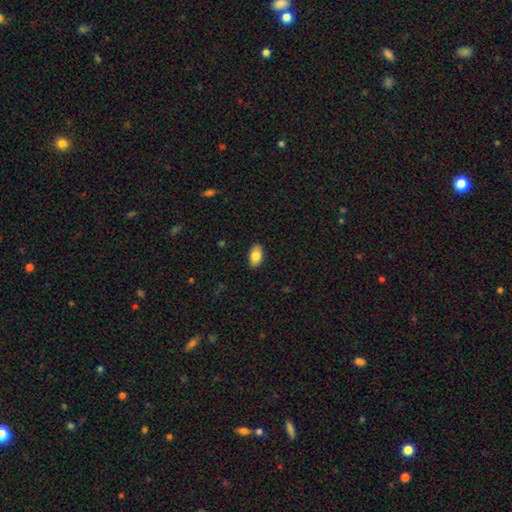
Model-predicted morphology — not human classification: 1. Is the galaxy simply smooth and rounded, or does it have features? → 82% smooth, 11% featured or disk, 7% star or artifact.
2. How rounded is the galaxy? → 93% in between, 5% round, 2% cigar-shaped.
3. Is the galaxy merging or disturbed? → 89% none, 8% minor disturbance, 2% major disturbance, 1% merger.